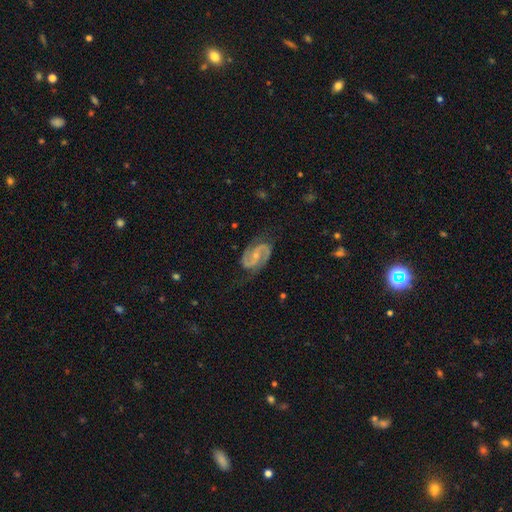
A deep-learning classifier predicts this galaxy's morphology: A featured or disk galaxy (91%) with a weak bar (41%), 2 (94%) medium (59%) spiral arms (98%) and a small central bulge (63%). Merging: none (79%).